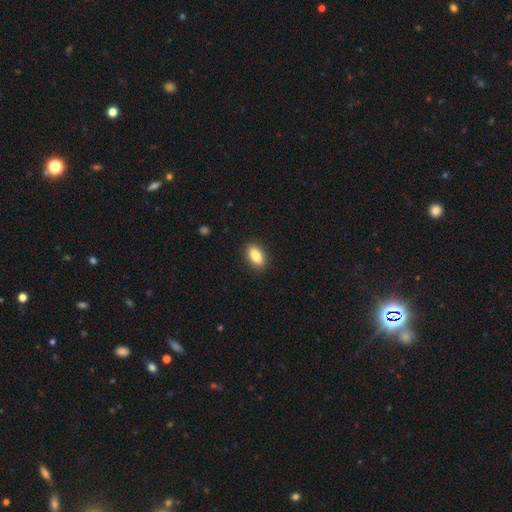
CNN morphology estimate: Smooth or featured? Predicted: smooth (p=0.86). How rounded? Predicted: in between (p=0.88). Merging? Predicted: none (p=0.89).